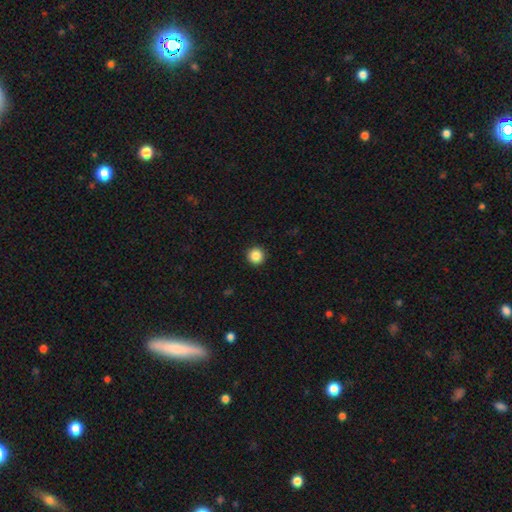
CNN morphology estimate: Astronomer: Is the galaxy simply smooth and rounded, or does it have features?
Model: smooth — 87%.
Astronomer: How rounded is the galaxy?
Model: round — 96%.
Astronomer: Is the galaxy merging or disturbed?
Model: none — 94%.